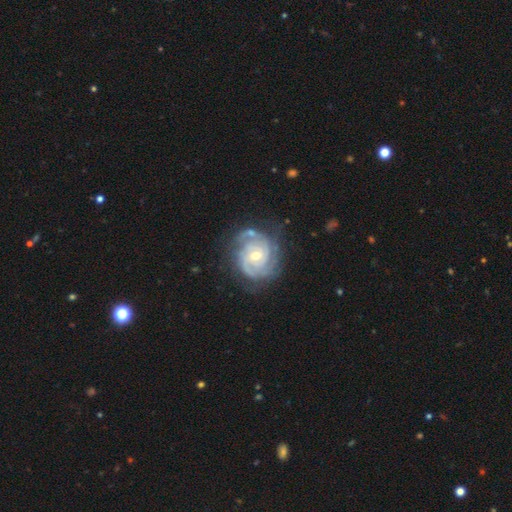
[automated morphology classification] type=featured or disk (89%); edge-on=no (98%); bar=no (66%); spiral arms=yes (97%); winding=tight (73%); arm count=2 (30%, tied with 3); bulge=moderate (51%); merging=none (68%).